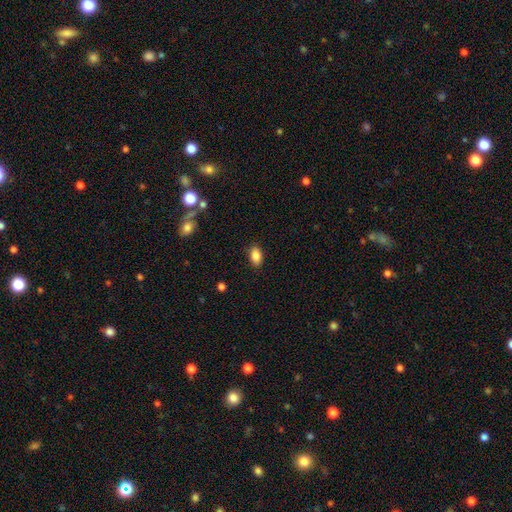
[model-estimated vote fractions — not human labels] The model was most divided on "merging": none: 87%, minor disturbance: 10%, major disturbance: 2%, merger: 1%. More confident: how rounded — in between (90%); smooth or featured — smooth (87%).